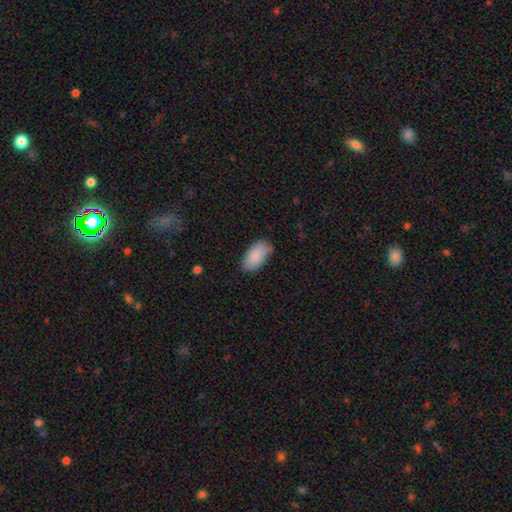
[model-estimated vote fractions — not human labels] Overall: smooth (87%). How rounded: in between (95%). Merging: none (79%).